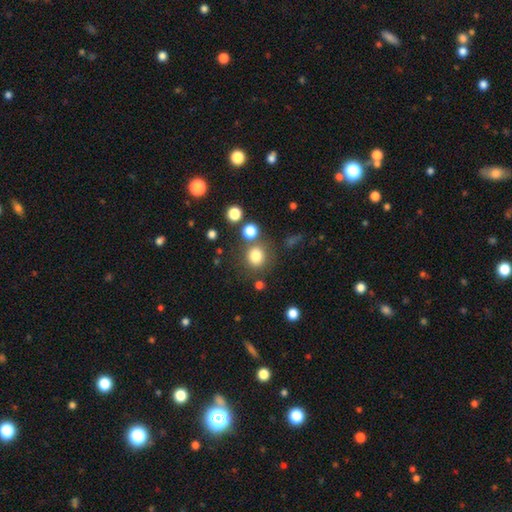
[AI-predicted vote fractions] This appears to be a smooth galaxy with no disk features (80%) that is round (86%). Merging: none (75%).